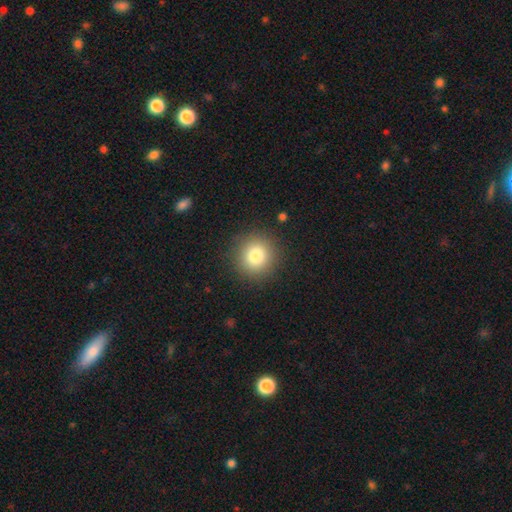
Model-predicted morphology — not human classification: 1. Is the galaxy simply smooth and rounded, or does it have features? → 81% smooth, 11% star or artifact, 8% featured or disk.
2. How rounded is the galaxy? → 93% round, 6% in between, 1% cigar-shaped.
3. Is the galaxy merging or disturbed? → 90% none, 7% minor disturbance, 3% major disturbance, 1% merger.